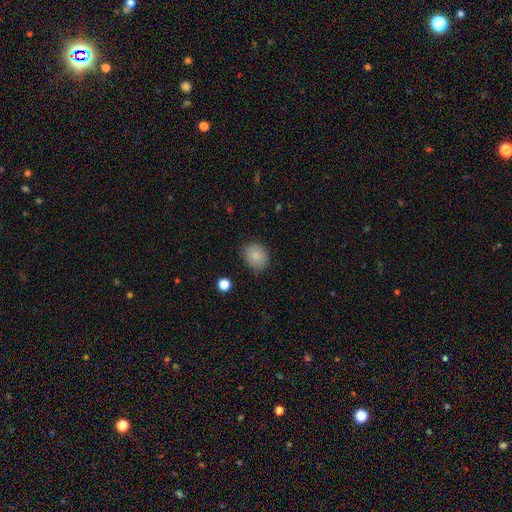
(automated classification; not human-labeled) Smooth or featured? smooth (85%)
How rounded? round (59%)
Merging? none (83%)